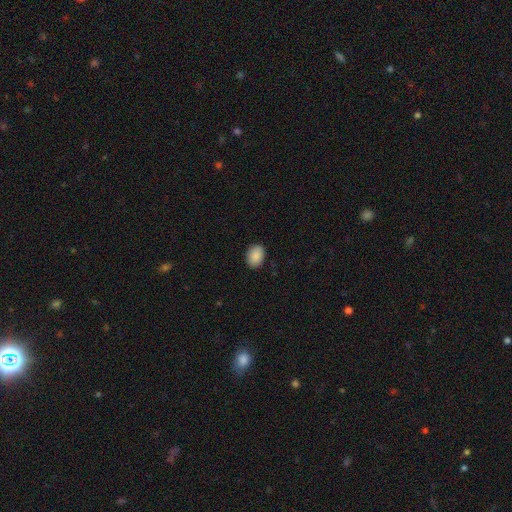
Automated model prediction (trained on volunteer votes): Smooth or featured?
  - smooth: 89% *
  - star or artifact: 7%
  - featured or disk: 3%
How rounded?
  - in between: 77% *
  - round: 22%
  - cigar-shaped: 1%
Merging?
  - none: 88% *
  - minor disturbance: 9%
  - major disturbance: 2%
  - merger: 1%